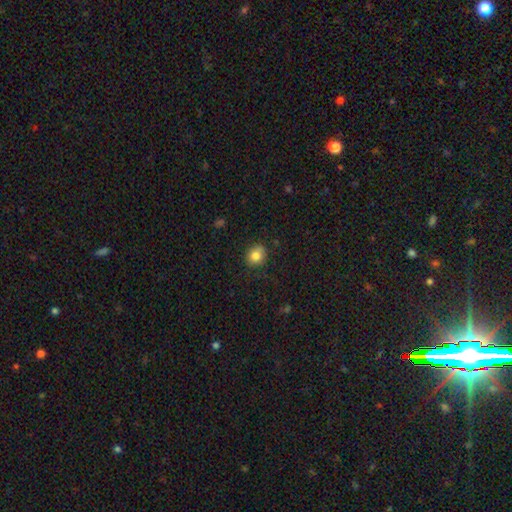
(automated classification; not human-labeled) Overall: smooth (82%). How rounded: round (74%). Merging: none (82%).